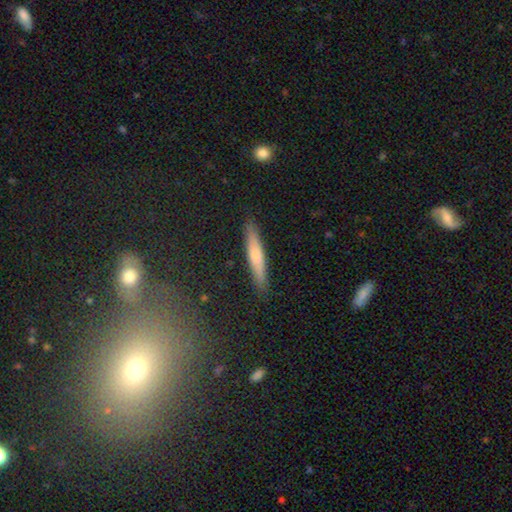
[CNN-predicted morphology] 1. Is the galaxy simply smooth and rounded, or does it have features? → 63% smooth, 30% featured or disk, 7% star or artifact.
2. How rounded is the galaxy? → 91% cigar-shaped, 7% in between, 2% round.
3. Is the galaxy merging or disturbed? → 89% none, 8% minor disturbance, 2% major disturbance, 1% merger.